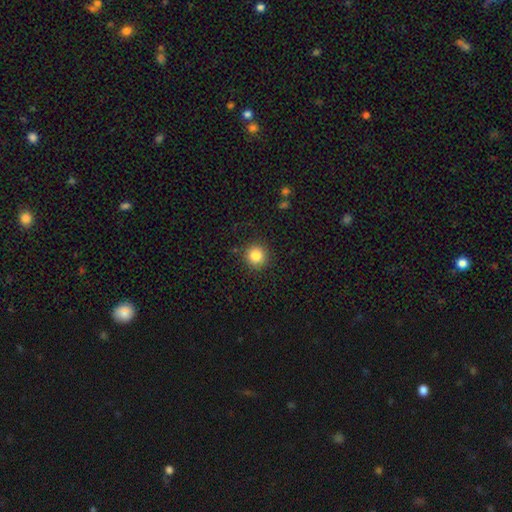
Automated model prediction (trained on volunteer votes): Smooth or featured?
  - smooth: 84% *
  - star or artifact: 10%
  - featured or disk: 5%
How rounded?
  - round: 94% *
  - in between: 5%
  - cigar-shaped: 1%
Merging?
  - none: 90% *
  - minor disturbance: 7%
  - major disturbance: 2%
  - merger: 1%